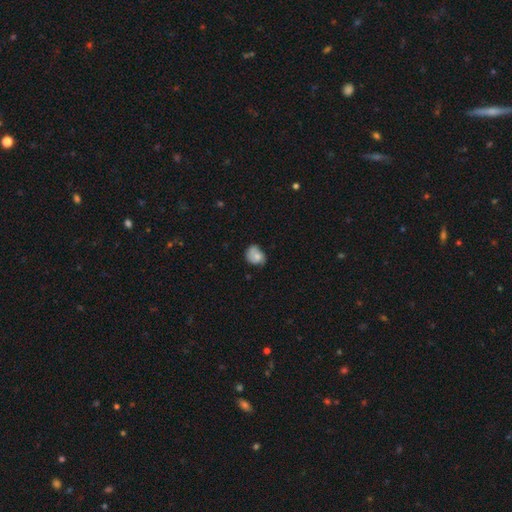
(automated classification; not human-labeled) Smooth or featured? Predicted: smooth (p=0.59). How rounded? Predicted: round (p=0.50). Merging? Predicted: none (p=0.49).